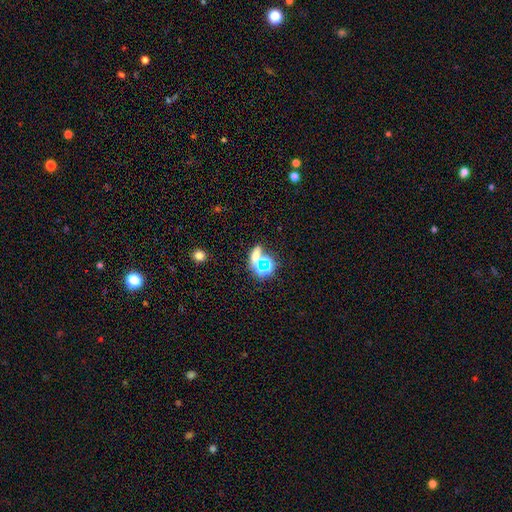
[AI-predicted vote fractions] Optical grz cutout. It shows a star or artifact, not a galaxy (43%).